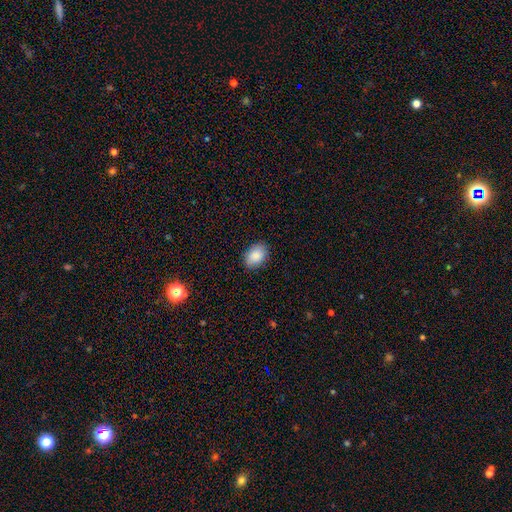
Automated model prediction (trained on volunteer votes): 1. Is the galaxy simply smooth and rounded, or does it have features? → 88% smooth, 7% star or artifact, 5% featured or disk.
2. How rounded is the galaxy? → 82% in between, 16% round, 1% cigar-shaped.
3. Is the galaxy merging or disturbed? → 87% none, 10% minor disturbance, 2% major disturbance, 1% merger.